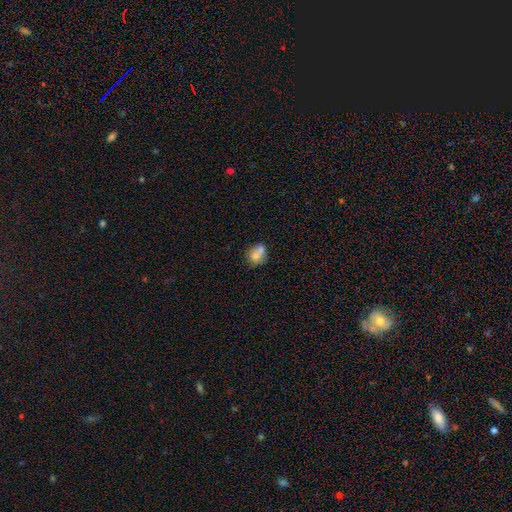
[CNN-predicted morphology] This appears to be a smooth galaxy with no disk features (67%) that is round (62%). Merging: merger (55%).